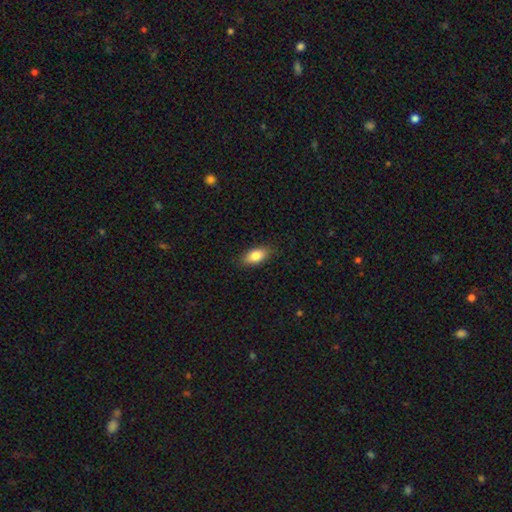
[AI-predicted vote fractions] Morphology: type=smooth (83%); roundness=in between (88%); merging=none (85%).